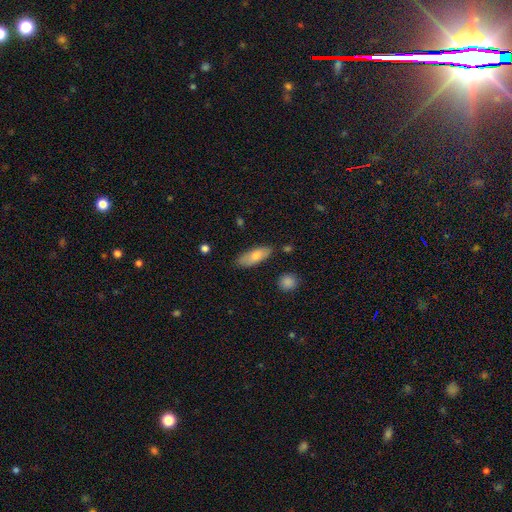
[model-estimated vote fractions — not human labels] smooth 76%, featured or disk 18%, star or artifact 6%. Down the decision tree: how rounded — in between (72%); merging — none (80%).